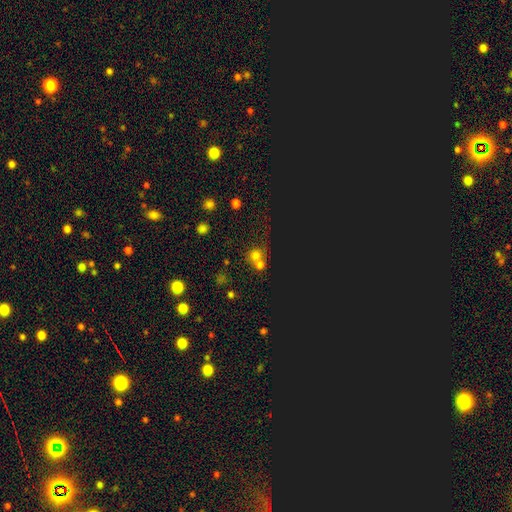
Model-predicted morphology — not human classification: Smooth or featured? smooth (61%)
How rounded? round (84%)
Merging? merger (50%)